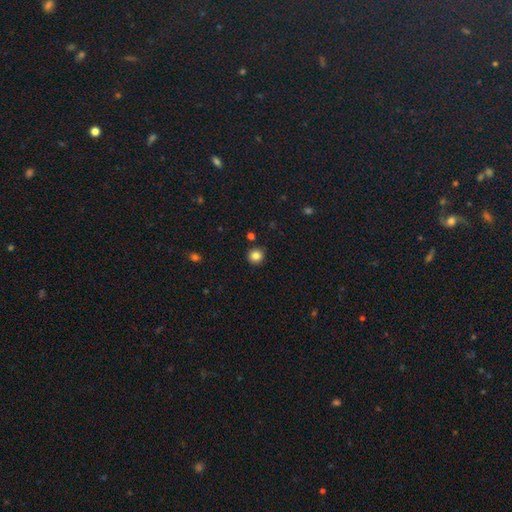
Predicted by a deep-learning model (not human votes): The model was most divided on "smooth or featured": smooth: 84%, star or artifact: 11%, featured or disk: 5%. More confident: how rounded — round (92%); merging — none (90%).